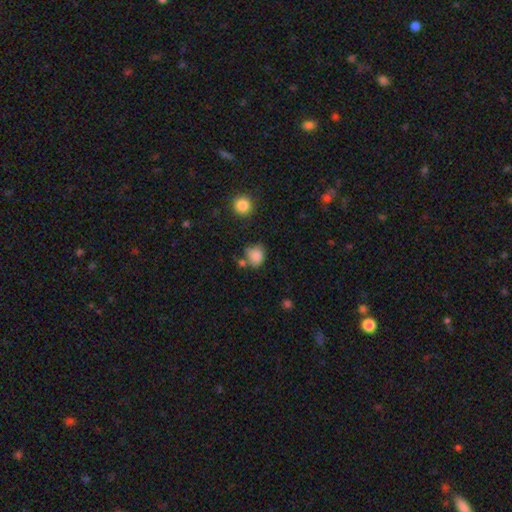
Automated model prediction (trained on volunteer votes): Smooth or featured: smooth — 84% (star or artifact — 10%)
How rounded: round — 61% (in between — 38%)
Merging: none — 54% (minor disturbance — 23%)